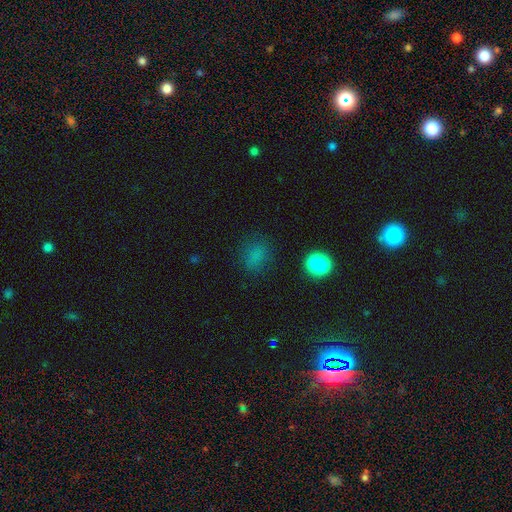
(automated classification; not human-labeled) smooth_or_featured: smooth (p=0.73) [alt: star or artifact p=0.19]
how_rounded: round (p=0.51) [alt: in between p=0.47]
merging: none (p=0.72) [alt: minor disturbance p=0.16]